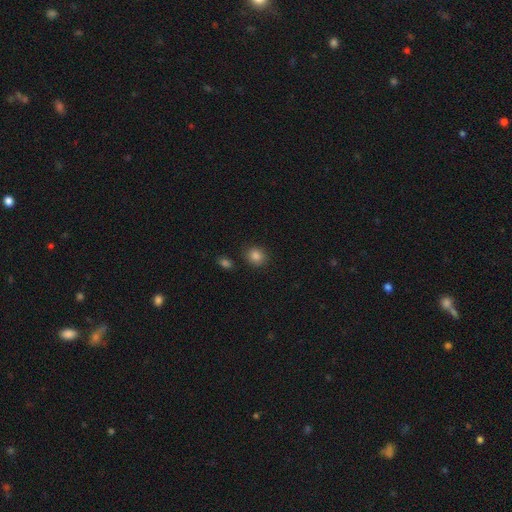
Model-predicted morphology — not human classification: Smooth or featured? Predicted: smooth (p=0.85). How rounded? Predicted: round (p=0.74). Merging? Predicted: none (p=0.86).